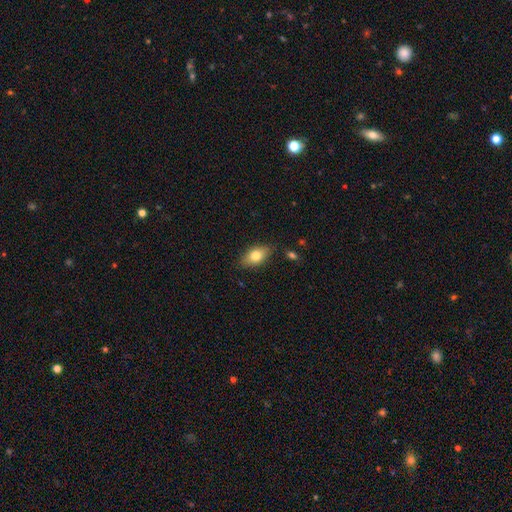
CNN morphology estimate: Smooth or featured: smooth — 78% (featured or disk — 15%)
How rounded: in between — 87% (round — 8%)
Merging: none — 83% (minor disturbance — 13%)